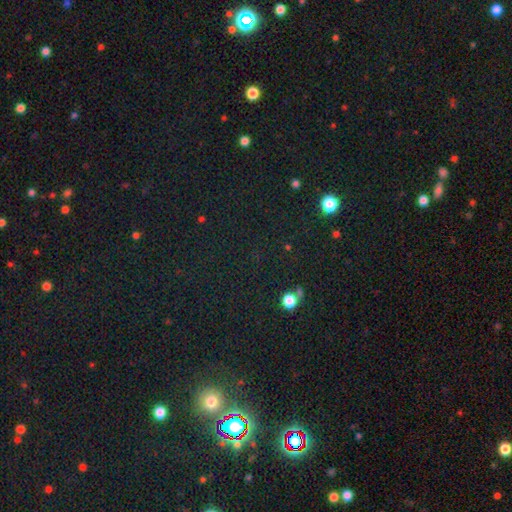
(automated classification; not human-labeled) Smooth or featured?
  - star or artifact: 70% *
  - smooth: 22%
  - featured or disk: 8%